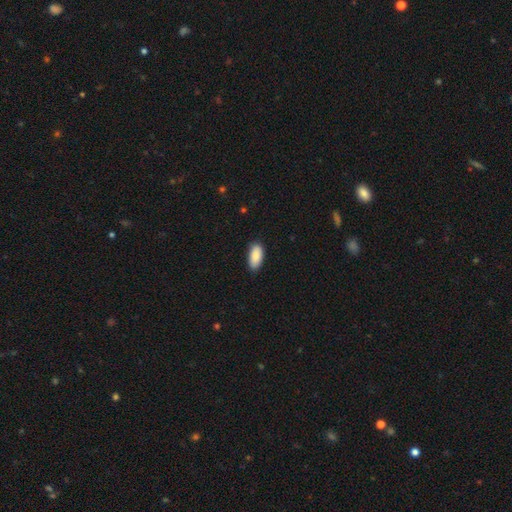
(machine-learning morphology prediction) Smooth or featured: smooth — 89% (star or artifact — 6%)
How rounded: in between — 91% (cigar-shaped — 7%)
Merging: none — 84% (minor disturbance — 13%)